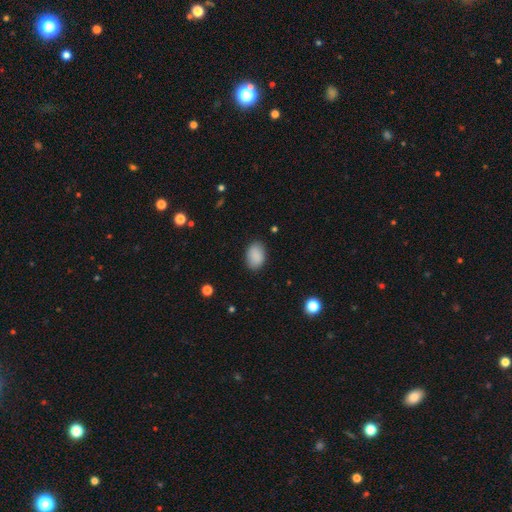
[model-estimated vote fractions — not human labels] A smooth galaxy with no disk features (89%) that is in between round and cigar-shaped (84%).

Vote fractions:
- Smooth or featured? smooth: 89% / star or artifact: 7% / featured or disk: 4%
- How rounded? in between: 84% / round: 15% / cigar-shaped: 1%
- Merging? none: 86% / minor disturbance: 11% / major disturbance: 3% / merger: 1%